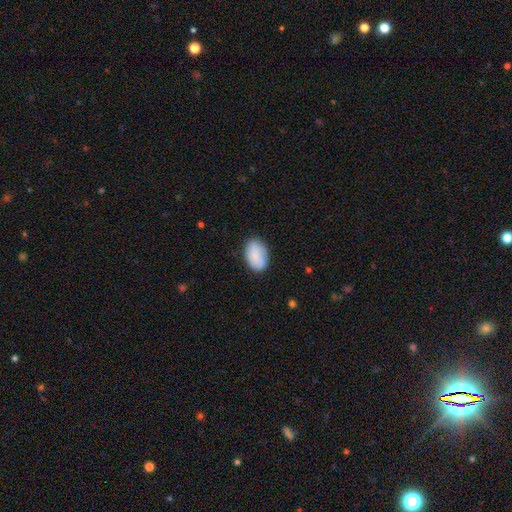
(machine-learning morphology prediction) This appears to be a smooth galaxy with no disk features (85%) that is in between round and cigar-shaped (89%). Merging: none (80%).